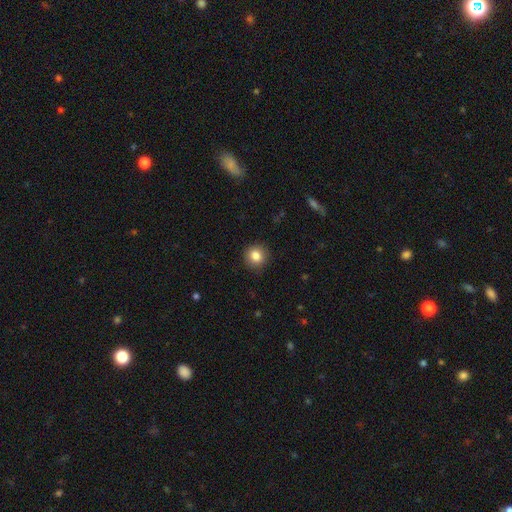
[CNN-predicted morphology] The model was most divided on "smooth or featured": smooth: 84%, star or artifact: 10%, featured or disk: 6%. More confident: merging — none (90%); how rounded — round (90%).